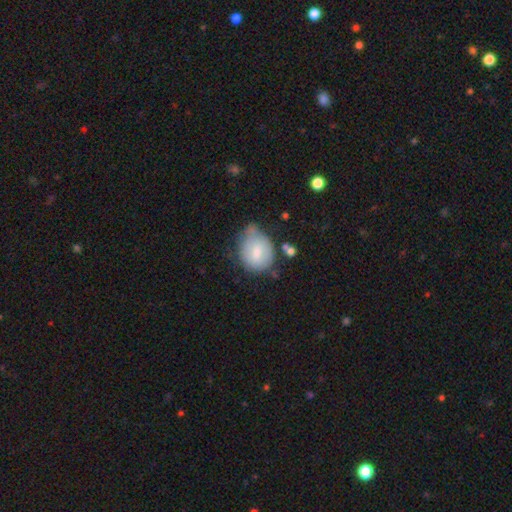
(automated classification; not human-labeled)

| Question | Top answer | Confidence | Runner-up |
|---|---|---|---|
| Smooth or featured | smooth | 69% | featured or disk (24%) |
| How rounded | in between | 51% | round (47%) |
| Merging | none | 39% | minor disturbance (36%) |